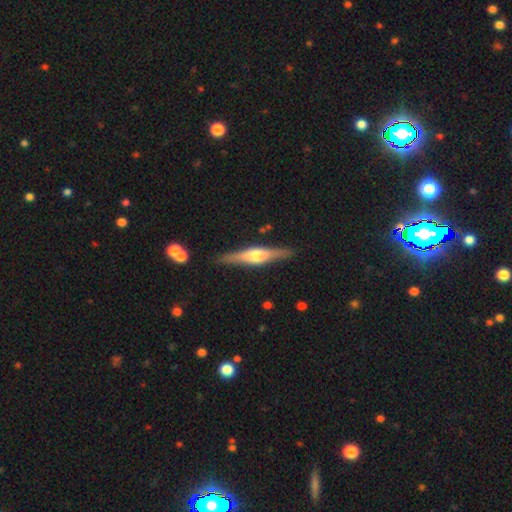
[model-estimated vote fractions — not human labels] A featured or disk galaxy (69%) viewed edge-on (97%) with a rounded central bulge (87%). Merging: none (89%).